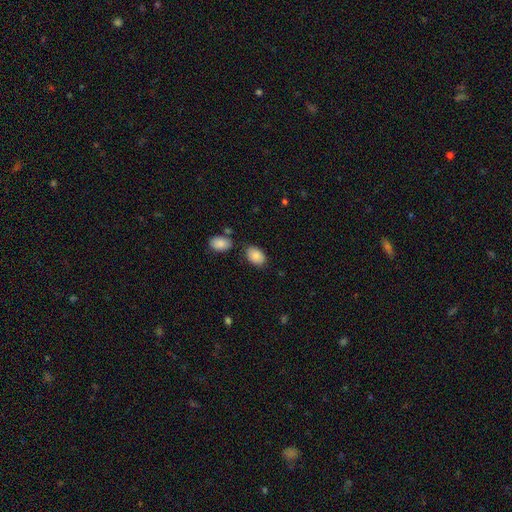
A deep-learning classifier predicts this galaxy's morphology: smooth_or_featured: smooth (p=0.87) [alt: star or artifact p=0.07]
how_rounded: in between (p=0.88) [alt: round p=0.11]
merging: none (p=0.77) [alt: minor disturbance p=0.14]